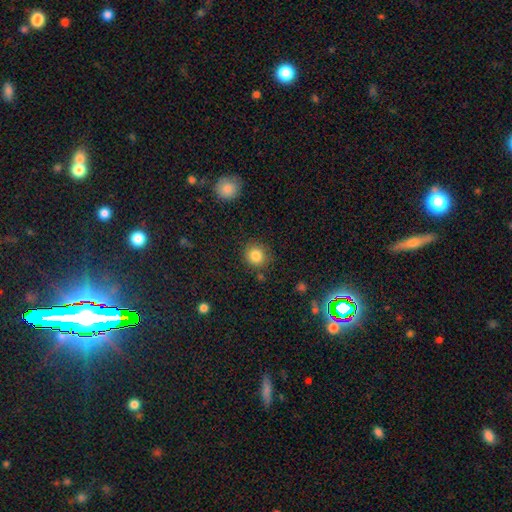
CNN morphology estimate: This appears to be a smooth galaxy with no disk features (84%) that is round (90%). Merging: none (84%).